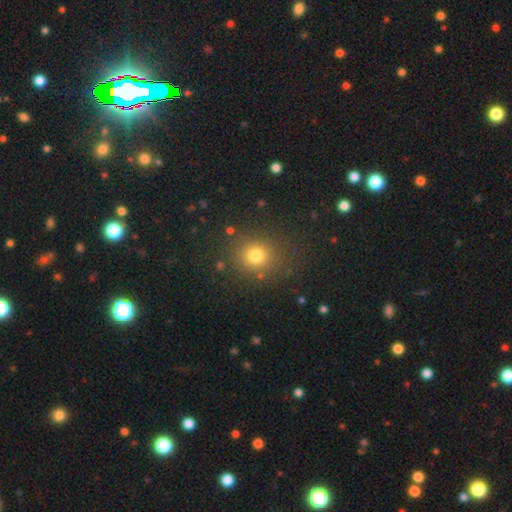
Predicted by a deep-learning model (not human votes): A smooth galaxy with no disk features (76%) that is round (84%). Merging: none (84%).